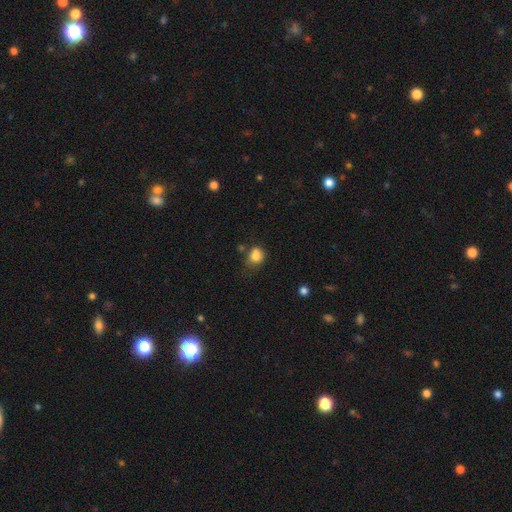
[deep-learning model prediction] Morphology: type=smooth (80%); roundness=round (62%); merging=none (48%).